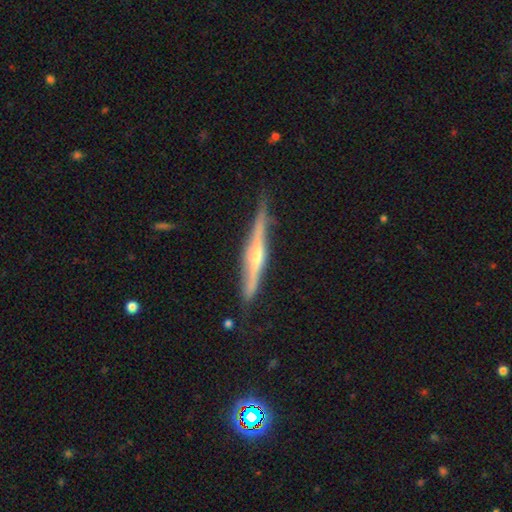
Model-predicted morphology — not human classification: A featured or disk galaxy (78%) viewed edge-on (96%) with a rounded central bulge (79%). Merging: none (78%).